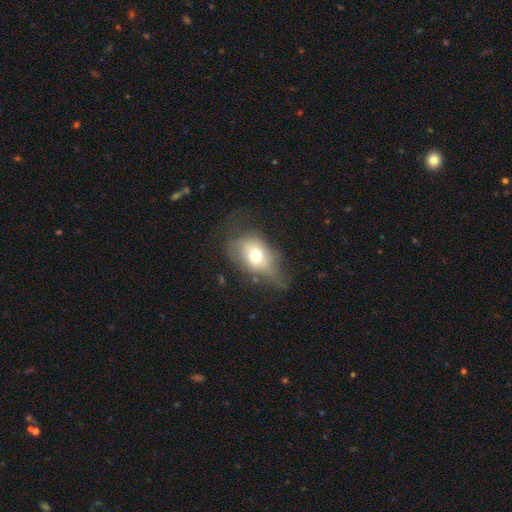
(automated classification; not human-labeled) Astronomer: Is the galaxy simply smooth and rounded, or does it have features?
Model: smooth — 62%.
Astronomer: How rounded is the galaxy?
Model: in between — 72%.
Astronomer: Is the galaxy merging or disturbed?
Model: none — 35% (runner-up: minor disturbance, 32%).